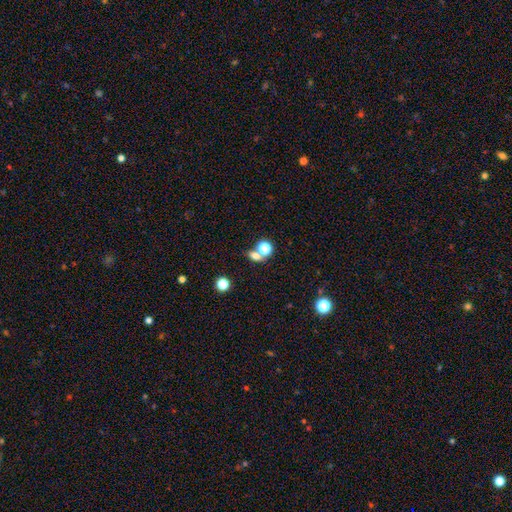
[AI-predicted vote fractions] smooth-or-featured: smooth: 66% | star or artifact: 22% | featured or disk: 12%
  how-rounded: in between: 51% | round: 44% | cigar-shaped: 6%
  merging: none: 52% | merger: 35% | minor disturbance: 9% | major disturbance: 5%